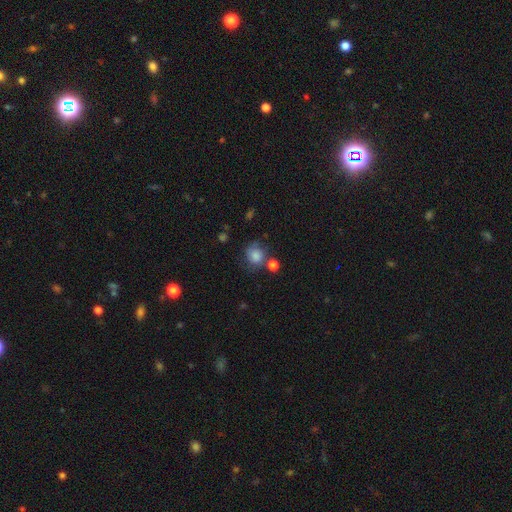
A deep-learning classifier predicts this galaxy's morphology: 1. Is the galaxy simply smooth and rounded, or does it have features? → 77% smooth, 13% featured or disk, 10% star or artifact.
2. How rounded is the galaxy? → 77% round, 22% in between, 1% cigar-shaped.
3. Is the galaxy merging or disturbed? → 56% none, 21% minor disturbance, 14% merger, 10% major disturbance.